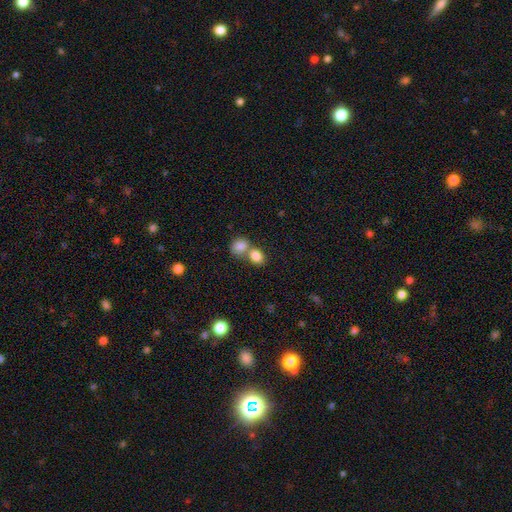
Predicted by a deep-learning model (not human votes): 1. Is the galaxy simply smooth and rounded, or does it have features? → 83% smooth, 9% star or artifact, 8% featured or disk.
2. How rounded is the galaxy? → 55% in between, 44% round, 1% cigar-shaped.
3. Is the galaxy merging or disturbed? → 56% merger, 35% none, 7% minor disturbance, 3% major disturbance.